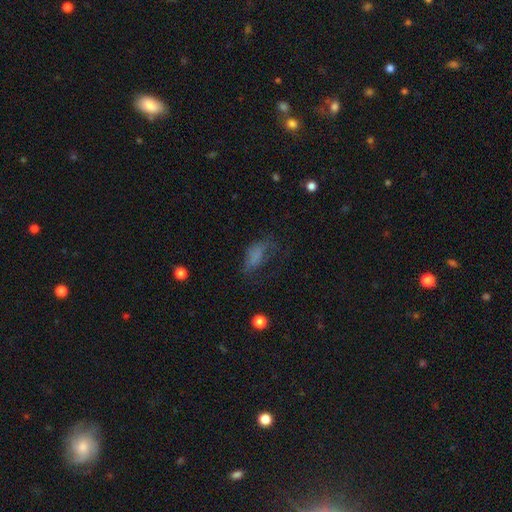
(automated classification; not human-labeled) Smooth or featured?
  - smooth: 61% *
  - featured or disk: 22%
  - star or artifact: 17%
How rounded?
  - in between: 82% *
  - cigar-shaped: 11%
  - round: 7%
Merging?
  - major disturbance: 37% *
  - none: 35%
  - minor disturbance: 25%
  - merger: 3%